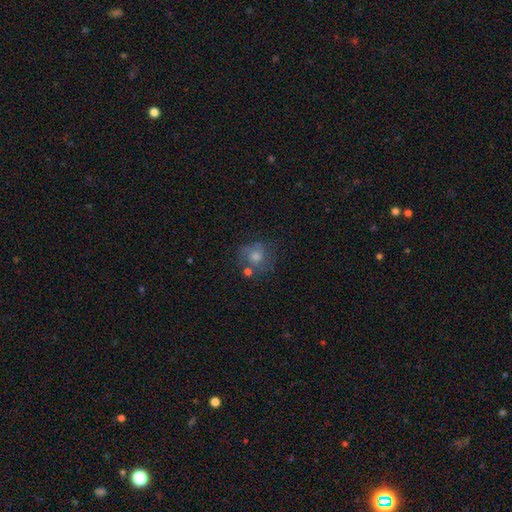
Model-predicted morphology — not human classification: Smooth or featured?
  - smooth: 52% *
  - featured or disk: 31%
  - star or artifact: 17%
How rounded?
  - round: 78% *
  - in between: 21%
  - cigar-shaped: 1%
Merging?
  - none: 58% *
  - minor disturbance: 20%
  - merger: 11%
  - major disturbance: 11%